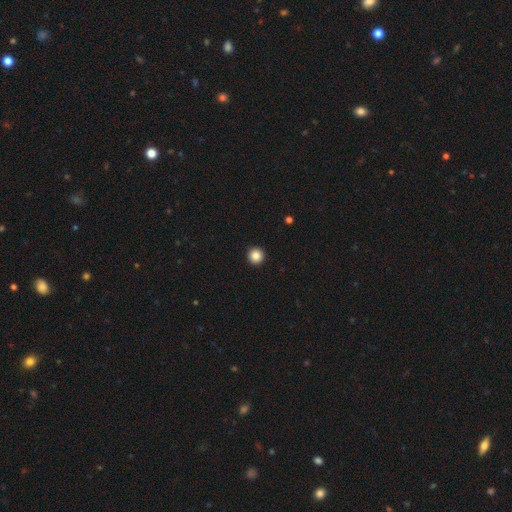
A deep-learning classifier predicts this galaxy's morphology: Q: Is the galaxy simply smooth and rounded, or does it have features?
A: smooth — 86%.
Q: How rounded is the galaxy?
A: round — 97%.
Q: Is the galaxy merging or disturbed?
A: none — 94%.